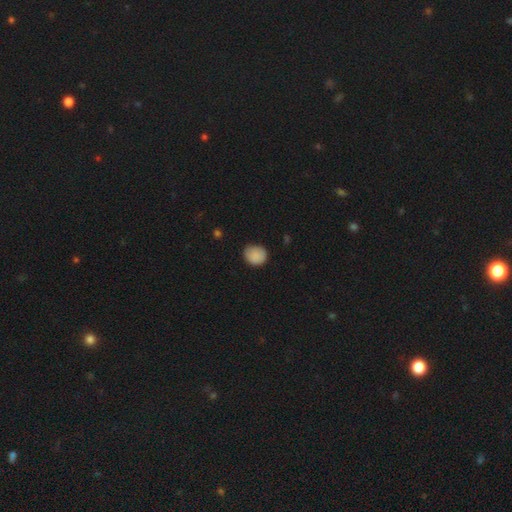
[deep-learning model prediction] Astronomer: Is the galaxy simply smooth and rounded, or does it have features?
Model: smooth — 88%.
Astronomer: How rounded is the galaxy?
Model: round — 75%.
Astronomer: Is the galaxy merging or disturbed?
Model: none — 78%.